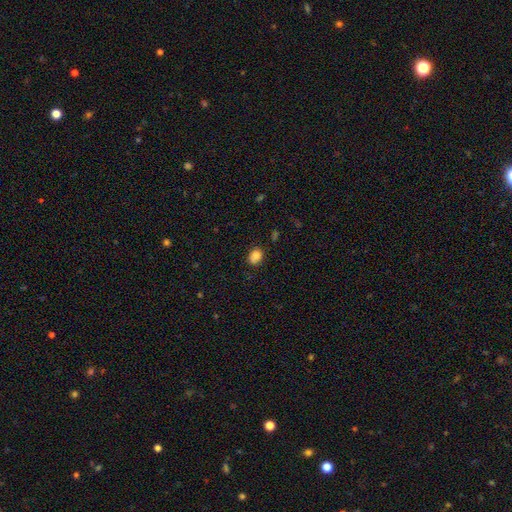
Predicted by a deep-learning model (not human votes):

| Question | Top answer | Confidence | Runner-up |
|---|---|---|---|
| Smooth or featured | smooth | 82% | star or artifact (11%) |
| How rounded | in between | 51% | round (48%) |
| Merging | none | 74% | minor disturbance (19%) |